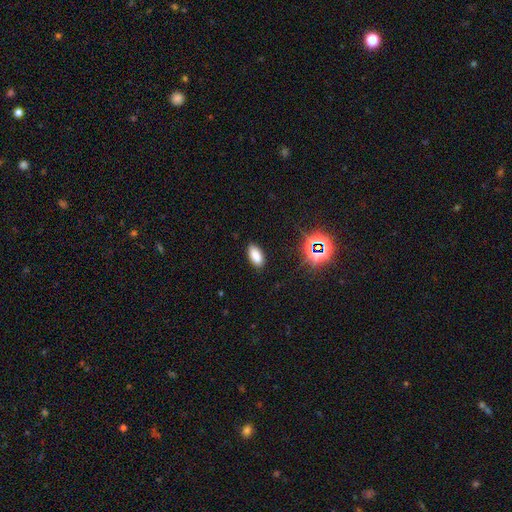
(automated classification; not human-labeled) Smooth or featured?
  - smooth: 80% *
  - star or artifact: 15%
  - featured or disk: 5%
How rounded?
  - in between: 91% *
  - cigar-shaped: 6%
  - round: 3%
Merging?
  - none: 86% *
  - minor disturbance: 10%
  - major disturbance: 3%
  - merger: 1%